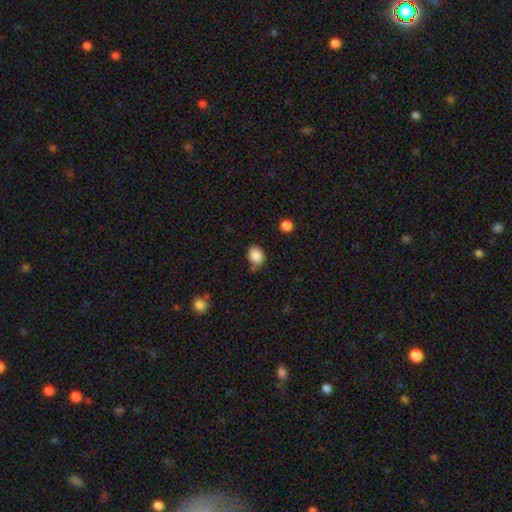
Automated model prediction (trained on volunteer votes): Q: Smooth or featured?
A: smooth (87%); runner-up: star or artifact (9%)
Q: How rounded?
A: in between (53%); runner-up: round (46%)
Q: Merging?
A: none (71%); runner-up: minor disturbance (19%)